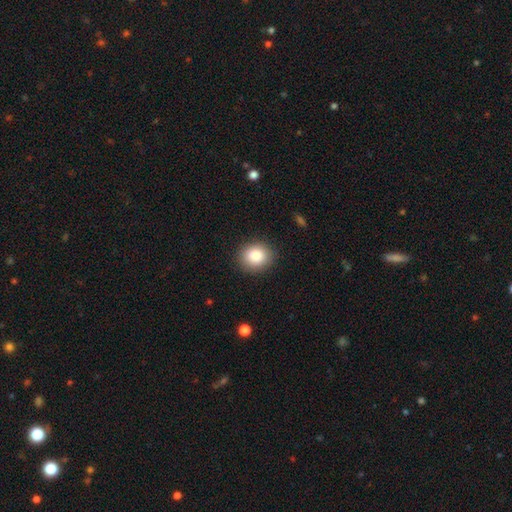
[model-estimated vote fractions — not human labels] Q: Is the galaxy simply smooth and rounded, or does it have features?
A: smooth — 85%.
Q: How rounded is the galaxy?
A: round — 70%.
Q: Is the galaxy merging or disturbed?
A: none — 89%.